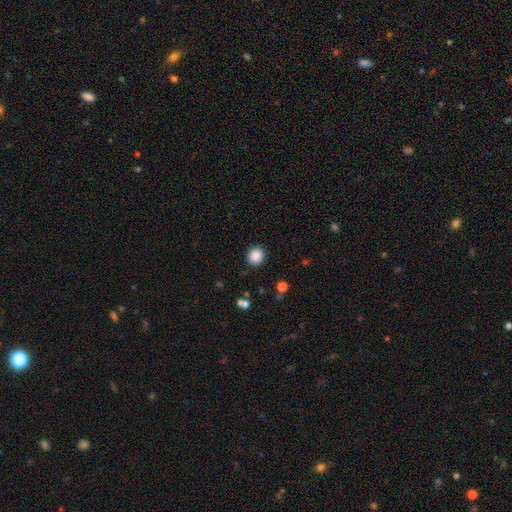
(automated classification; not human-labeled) Smooth or featured: smooth — 87% (star or artifact — 10%)
How rounded: round — 92% (in between — 7%)
Merging: none — 91% (minor disturbance — 6%)